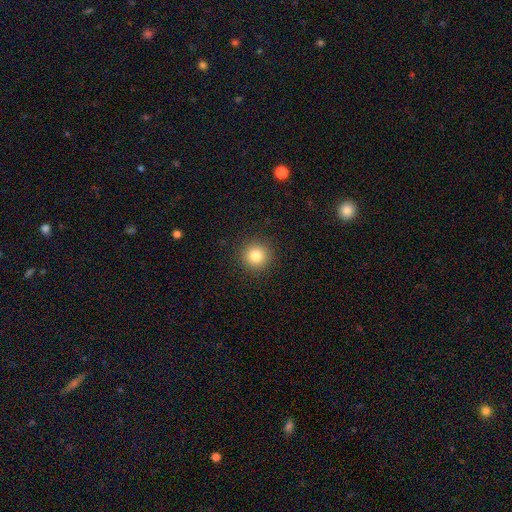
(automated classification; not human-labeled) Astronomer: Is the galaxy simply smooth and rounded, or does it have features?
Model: smooth — 82%.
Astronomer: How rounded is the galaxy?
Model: round — 95%.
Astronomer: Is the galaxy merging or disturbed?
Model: none — 92%.